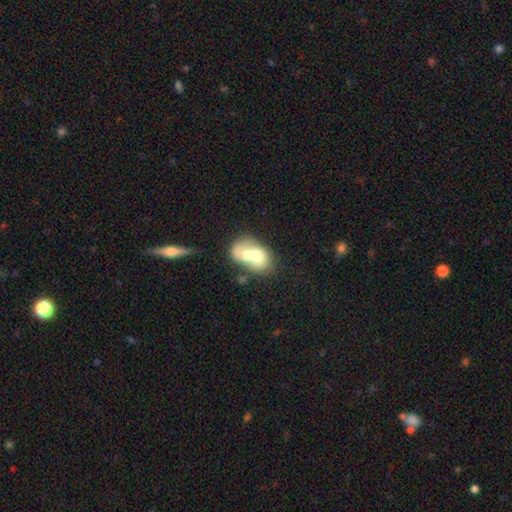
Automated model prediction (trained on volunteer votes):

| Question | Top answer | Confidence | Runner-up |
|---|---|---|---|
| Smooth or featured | smooth | 59% | featured or disk (34%) |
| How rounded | in between | 61% | round (38%) |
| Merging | merger | 77% | none (12%) |